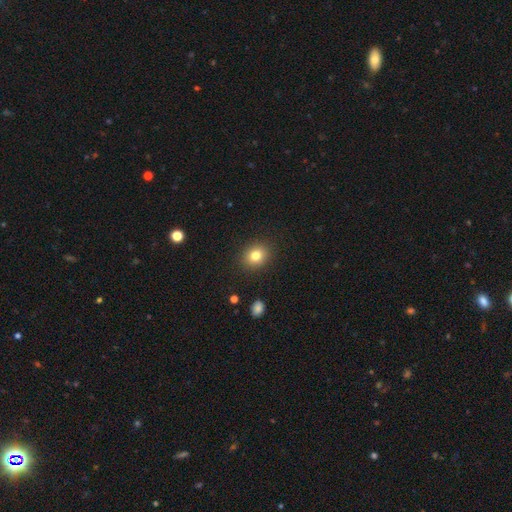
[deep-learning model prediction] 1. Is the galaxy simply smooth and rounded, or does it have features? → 80% smooth, 11% star or artifact, 9% featured or disk.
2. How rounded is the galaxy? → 63% round, 36% in between, 1% cigar-shaped.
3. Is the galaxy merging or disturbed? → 89% none, 8% minor disturbance, 3% major disturbance, 1% merger.